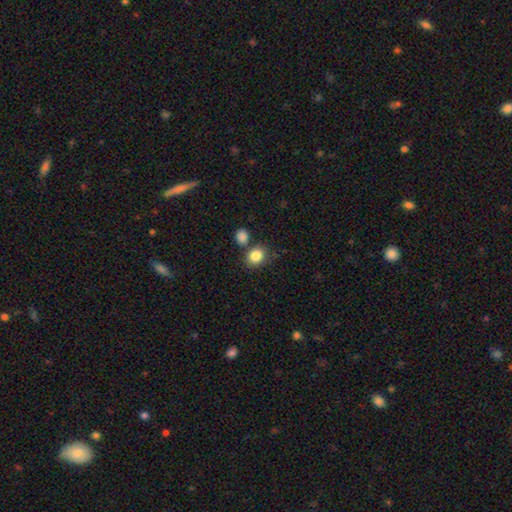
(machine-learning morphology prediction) smooth 86%, star or artifact 9%, featured or disk 5%. Down the decision tree: how rounded — round (56%); merging — none (70%).